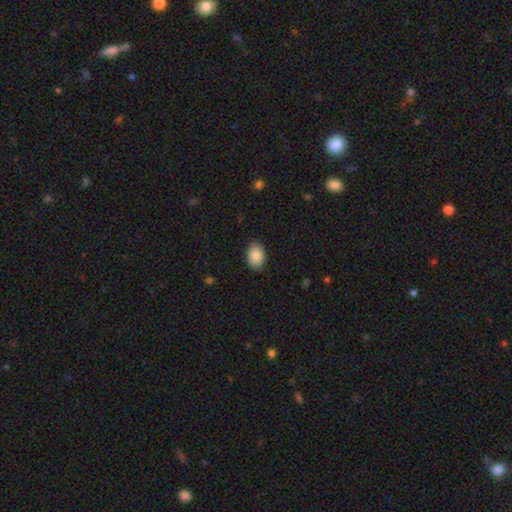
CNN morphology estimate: This is clearly a smooth galaxy (87%). How rounded: clearly in between (82%). Merging: clearly none (89%).